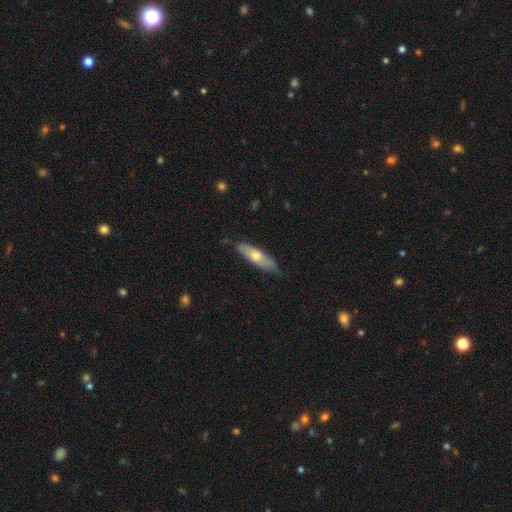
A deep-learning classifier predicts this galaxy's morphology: A smooth galaxy with no disk features (54%) that is cigar-shaped (57%).

Vote fractions:
- Smooth or featured? smooth: 54% / featured or disk: 41% / star or artifact: 5%
- How rounded? cigar-shaped: 57% / in between: 41% / round: 2%
- Merging? none: 73% / minor disturbance: 22% / major disturbance: 4% / merger: 1%